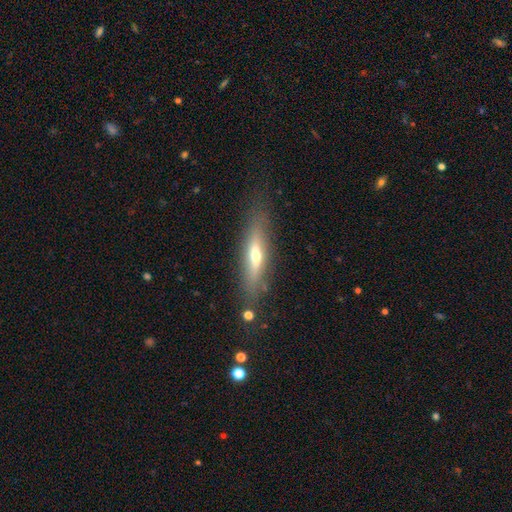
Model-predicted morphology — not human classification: A featured or disk galaxy (54%) viewed edge-on (83%).

Vote fractions:
- Smooth or featured? featured or disk: 54% / smooth: 38% / star or artifact: 8%
- Edge-on disk? yes: 83% / no: 17%
- Merging? none: 79% / minor disturbance: 13% / major disturbance: 5% / merger: 2%